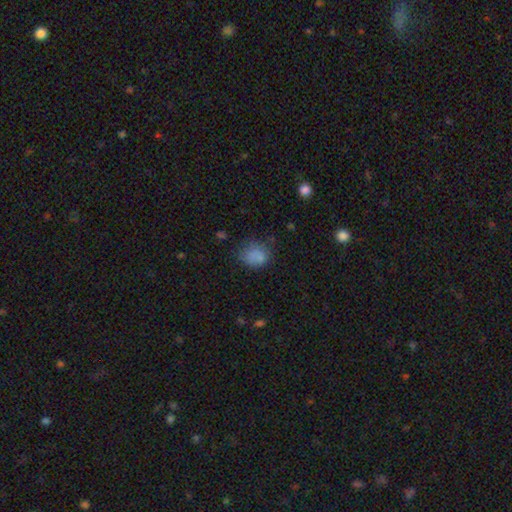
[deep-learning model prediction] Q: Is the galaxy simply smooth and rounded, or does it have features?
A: smooth — 77%.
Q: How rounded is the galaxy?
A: round — 59%.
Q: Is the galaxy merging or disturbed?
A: none — 55%.